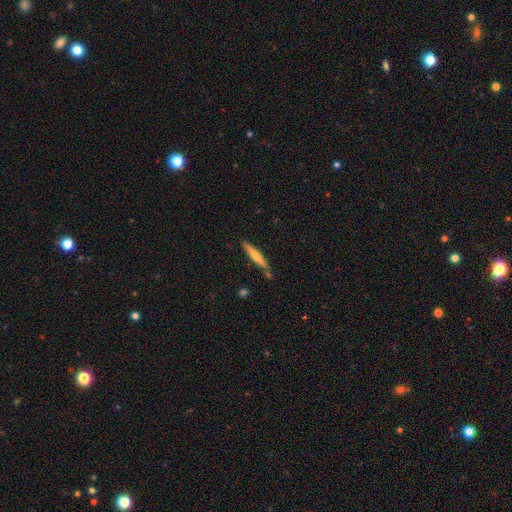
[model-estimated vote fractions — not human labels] Q: Smooth or featured?
A: smooth (52%); runner-up: featured or disk (43%)
Q: How rounded?
A: cigar-shaped (93%); runner-up: in between (6%)
Q: Merging?
A: none (78%); runner-up: minor disturbance (14%)